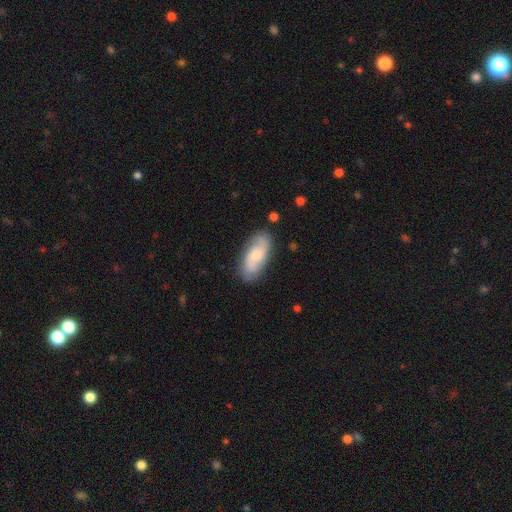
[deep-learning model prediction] Morphology: type=smooth (48%); merging=none (79%).